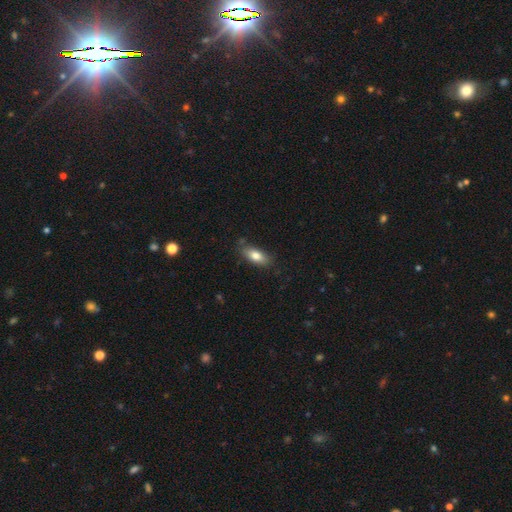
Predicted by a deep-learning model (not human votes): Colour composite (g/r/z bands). It shows a smooth galaxy with no disk features (79%) that is in between round and cigar-shaped (83%). Merging: none (77%).